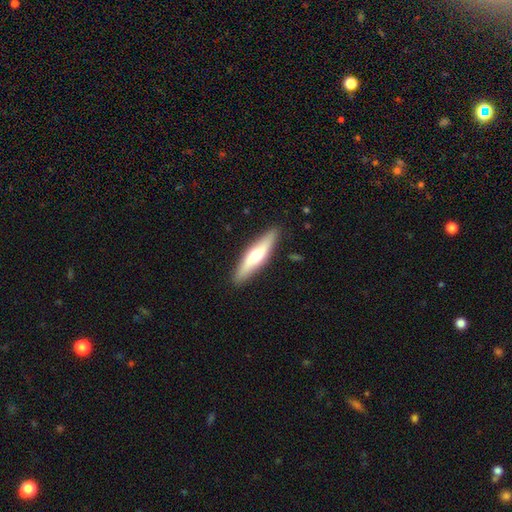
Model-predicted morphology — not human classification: The model was most divided on "smooth or featured": smooth: 54%, featured or disk: 40%, star or artifact: 5%. More confident: merging — none (88%); how rounded — cigar-shaped (79%).